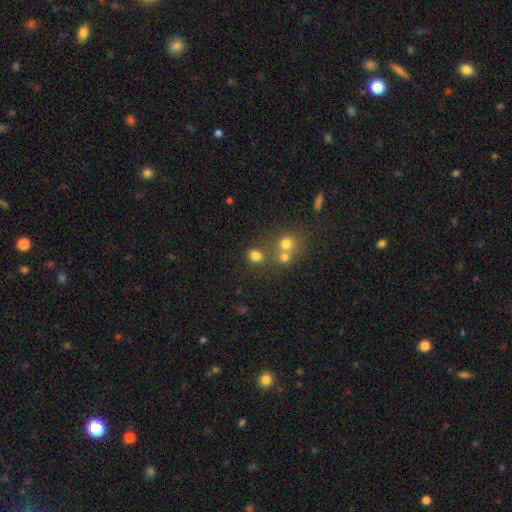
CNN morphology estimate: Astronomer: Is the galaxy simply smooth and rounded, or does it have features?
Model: smooth — 77%.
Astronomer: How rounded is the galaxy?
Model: round — 75%.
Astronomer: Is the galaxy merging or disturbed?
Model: none — 64%.